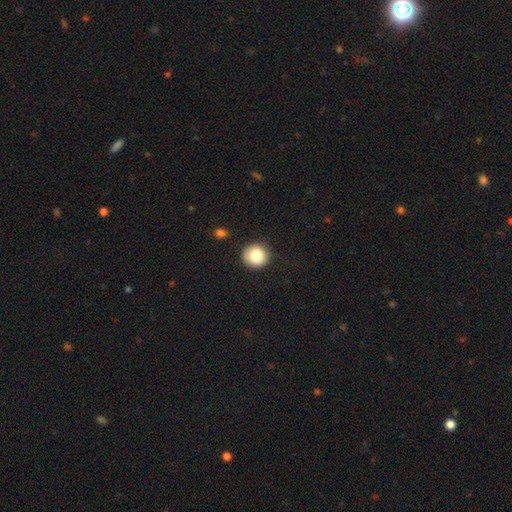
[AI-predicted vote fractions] Overall: smooth (84%). How rounded: round (91%). Merging: none (87%).